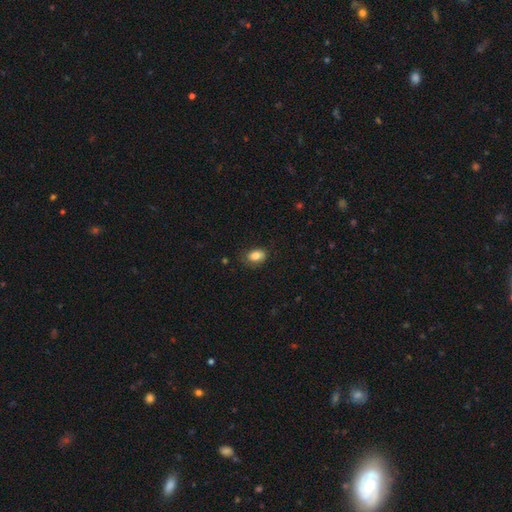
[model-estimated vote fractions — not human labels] Morphology: type=smooth (83%); roundness=in between (81%); merging=none (76%).